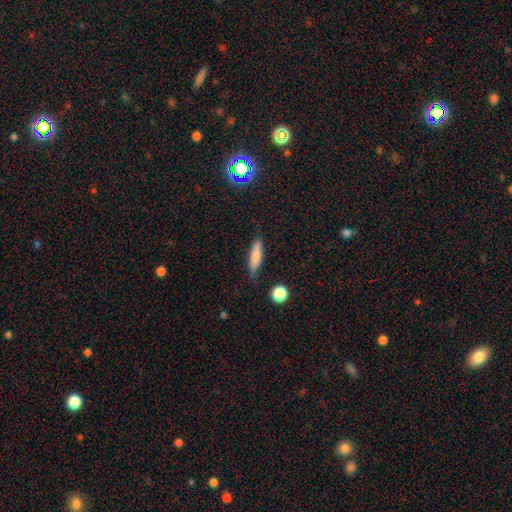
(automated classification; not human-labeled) A smooth galaxy with no disk features (79%) that is cigar-shaped (72%). Merging: none (74%).